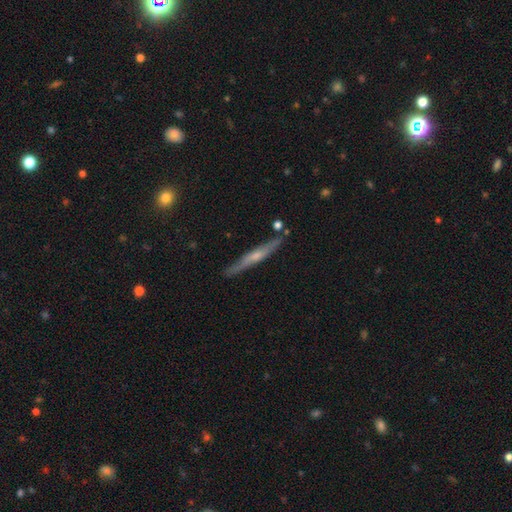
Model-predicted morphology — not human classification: type=featured or disk (63%); edge-on=yes (94%); edge-on bulge=rounded (64%); merging=none (84%).